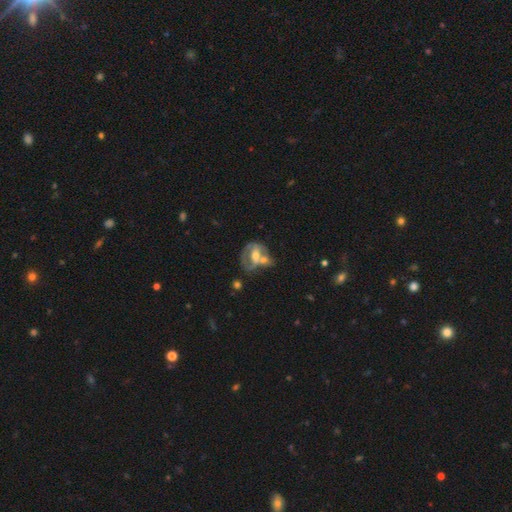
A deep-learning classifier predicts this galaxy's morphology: This is likely a featured or disk galaxy (62%). It is clearly not viewed edge-on (95%). Bar: marginally no (44%). Spiral arm pattern: possibly no (57%). Central bulge: likely moderate (64%). Merging: possibly merger (50%).